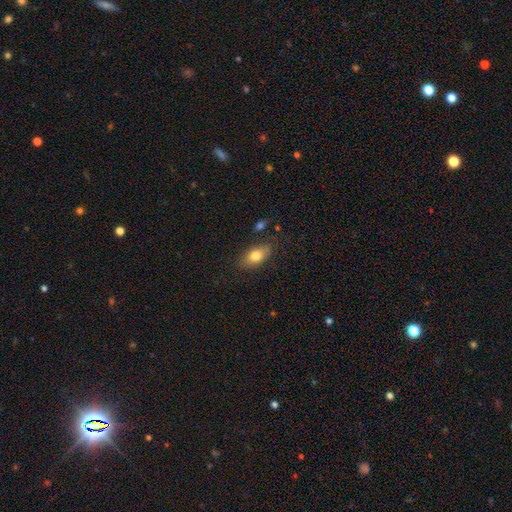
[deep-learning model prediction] Smooth or featured? smooth (77%)
How rounded? in between (87%)
Merging? none (79%)